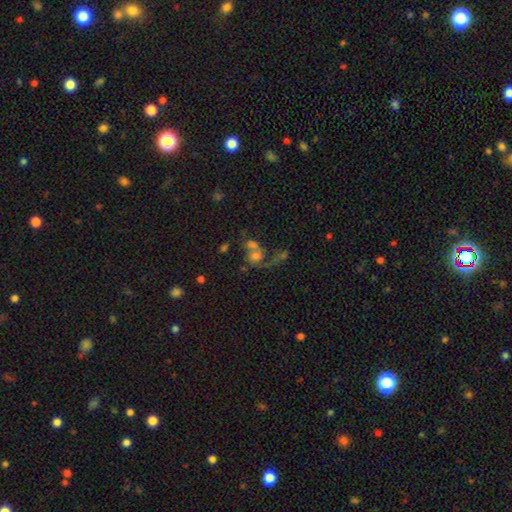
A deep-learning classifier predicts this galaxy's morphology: This appears to be a smooth galaxy with no disk features (47%). Merging: merger (60%).